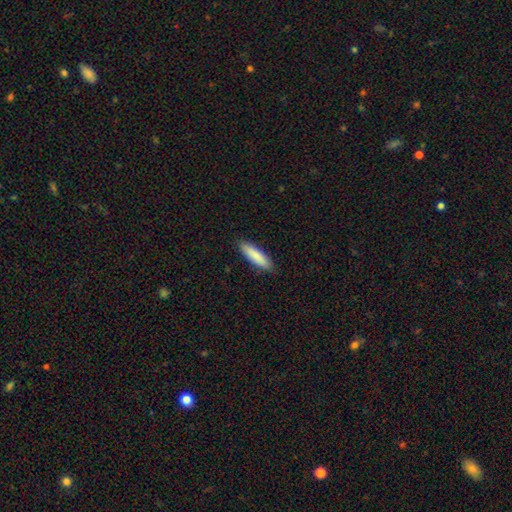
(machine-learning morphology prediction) Smooth or featured? smooth (86%)
How rounded? cigar-shaped (73%)
Merging? none (89%)